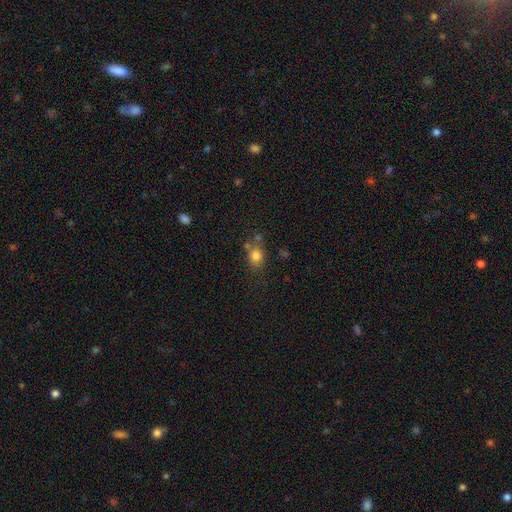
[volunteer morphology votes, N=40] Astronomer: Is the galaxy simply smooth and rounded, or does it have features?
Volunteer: smooth — 90%.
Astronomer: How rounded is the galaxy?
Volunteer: round — 50% (runner-up: in between, 47%).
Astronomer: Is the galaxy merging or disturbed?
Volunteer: none — 59%.